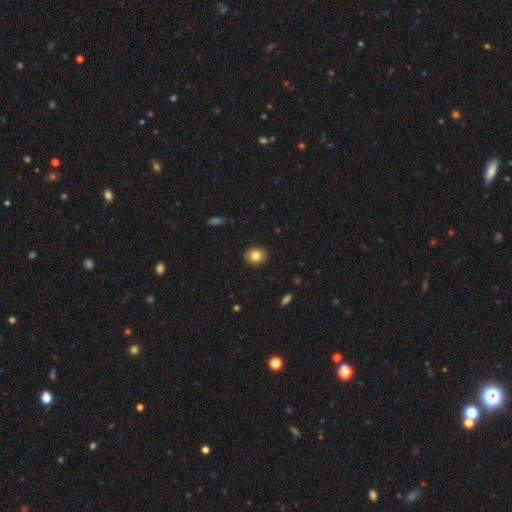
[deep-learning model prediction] Morphology: type=smooth (81%); roundness=round (72%); merging=none (91%).